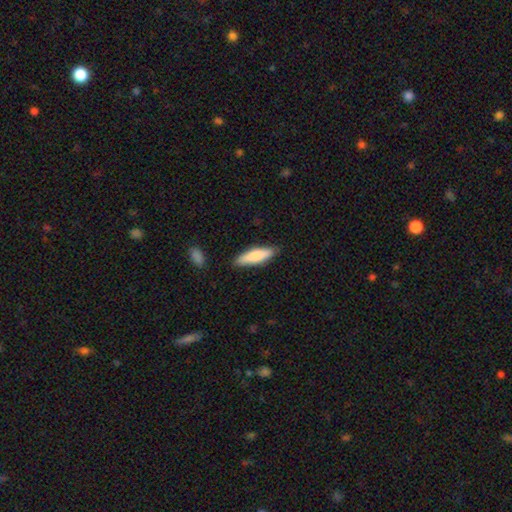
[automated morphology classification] Smooth or featured: smooth — 77% (featured or disk — 17%)
How rounded: cigar-shaped — 65% (in between — 33%)
Merging: none — 85% (minor disturbance — 11%)